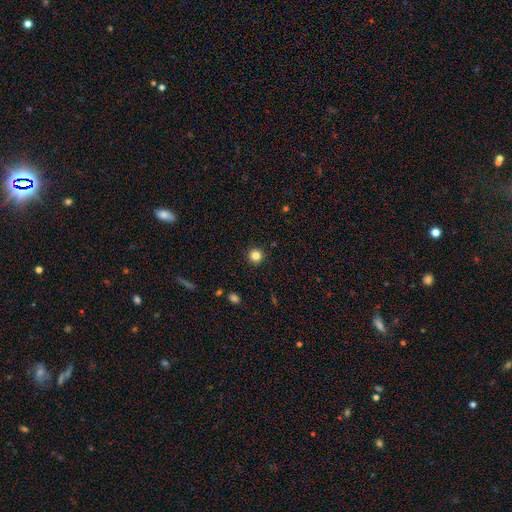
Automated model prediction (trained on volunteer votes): Morphology: type=smooth (83%); roundness=round (96%); merging=none (93%).